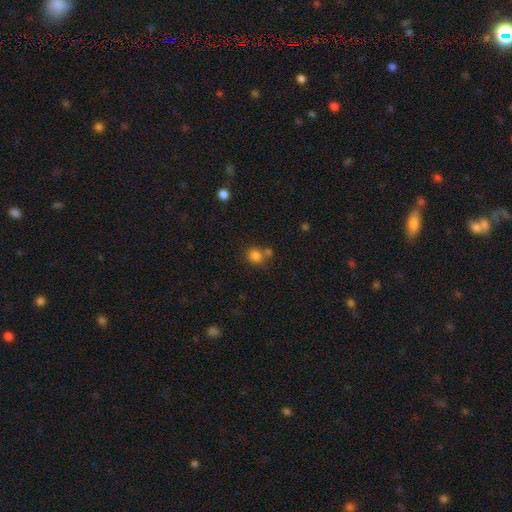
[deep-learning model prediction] Morphology: type=smooth (81%); roundness=round (77%); merging=none (58%).